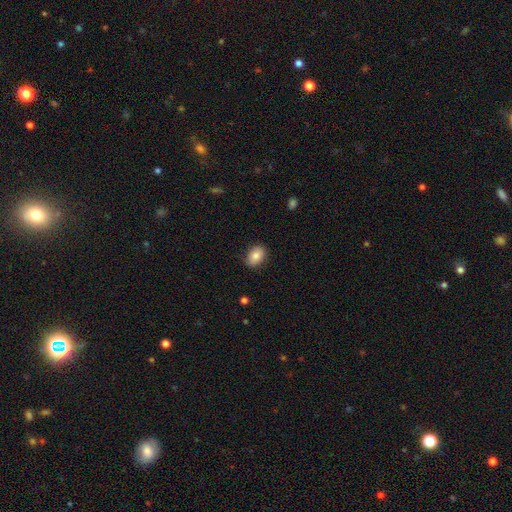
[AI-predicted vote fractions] Smooth or featured: smooth — 83% (featured or disk — 9%)
How rounded: in between — 81% (round — 18%)
Merging: none — 84% (minor disturbance — 12%)